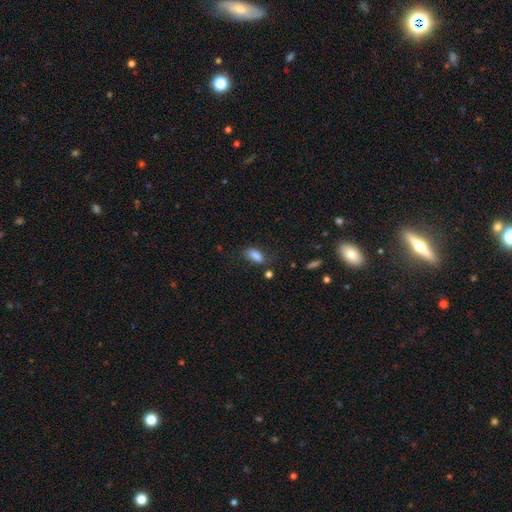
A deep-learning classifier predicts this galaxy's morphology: smooth 85%, star or artifact 9%, featured or disk 6%. Down the decision tree: how rounded — in between (82%); merging — none (65%).